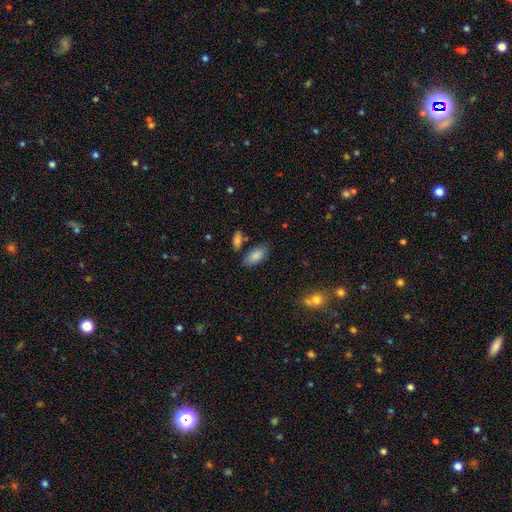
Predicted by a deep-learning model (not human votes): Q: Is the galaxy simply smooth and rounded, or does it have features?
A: smooth — 86%.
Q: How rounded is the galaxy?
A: in between — 92%.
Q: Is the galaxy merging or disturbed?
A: none — 75%.